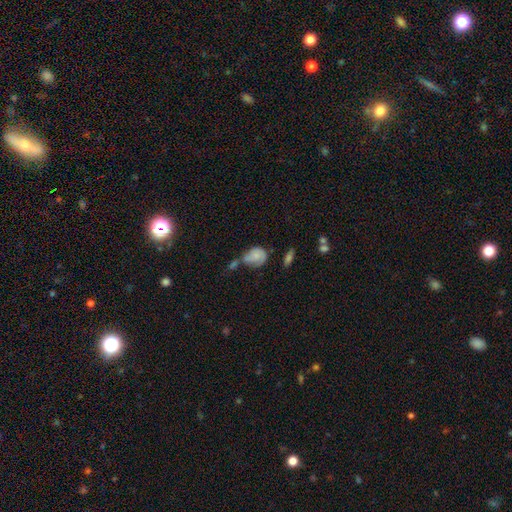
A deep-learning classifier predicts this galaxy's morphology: Smooth or featured? Predicted: smooth (p=0.64). How rounded? Predicted: in between (p=0.56). Merging? Predicted: none (p=0.27).